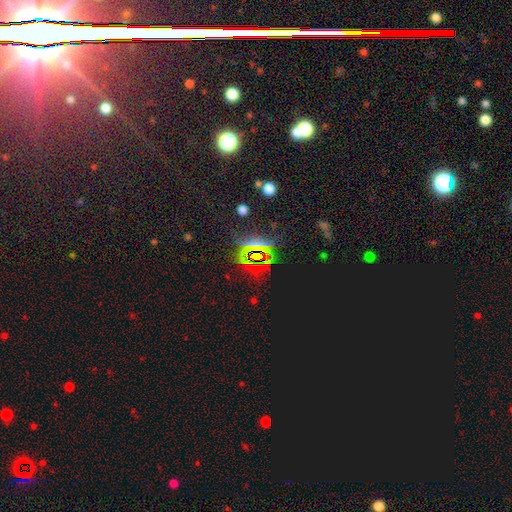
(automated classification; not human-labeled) A star or artifact, not a galaxy (77%).

Vote fractions:
- Smooth or featured? star or artifact: 77% / smooth: 13% / featured or disk: 9%